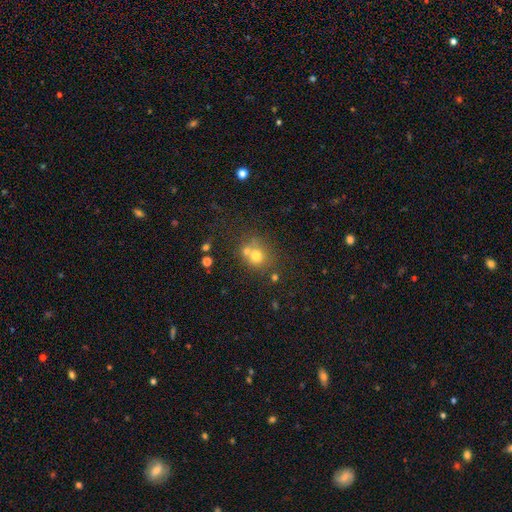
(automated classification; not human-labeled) This appears to be a smooth galaxy with no disk features (70%) that is round (80%). Merging: none (50%).